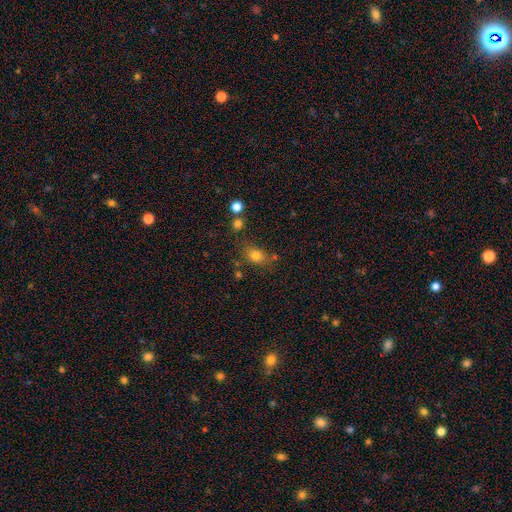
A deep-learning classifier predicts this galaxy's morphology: A smooth galaxy with no disk features (78%) that is in between round and cigar-shaped (66%).

Vote fractions:
- Smooth or featured? smooth: 78% / star or artifact: 13% / featured or disk: 9%
- How rounded? in between: 66% / round: 31% / cigar-shaped: 2%
- Merging? none: 68% / minor disturbance: 17% / merger: 9% / major disturbance: 6%